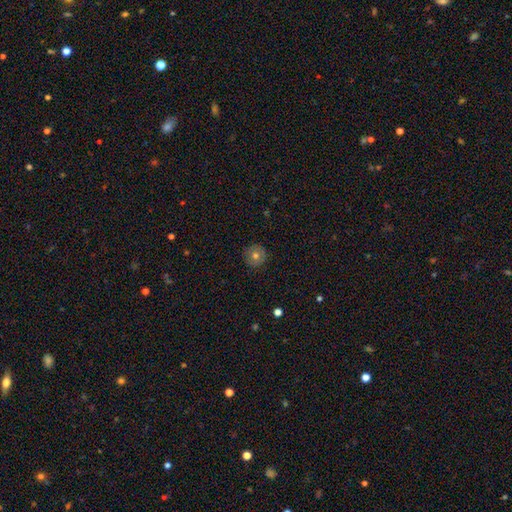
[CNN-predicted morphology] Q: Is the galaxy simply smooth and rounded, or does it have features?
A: smooth — 70%.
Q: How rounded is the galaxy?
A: round — 96%.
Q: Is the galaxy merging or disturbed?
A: none — 90%.